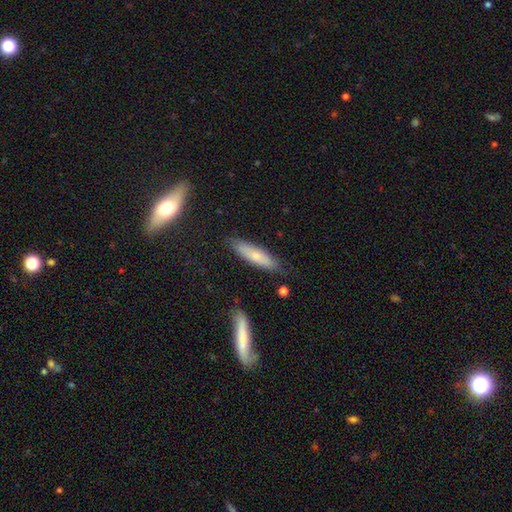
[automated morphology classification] Smooth or featured?
  - smooth: 64% *
  - featured or disk: 29%
  - star or artifact: 7%
How rounded?
  - cigar-shaped: 73% *
  - in between: 25%
  - round: 2%
Merging?
  - none: 81% *
  - minor disturbance: 14%
  - merger: 3%
  - major disturbance: 3%